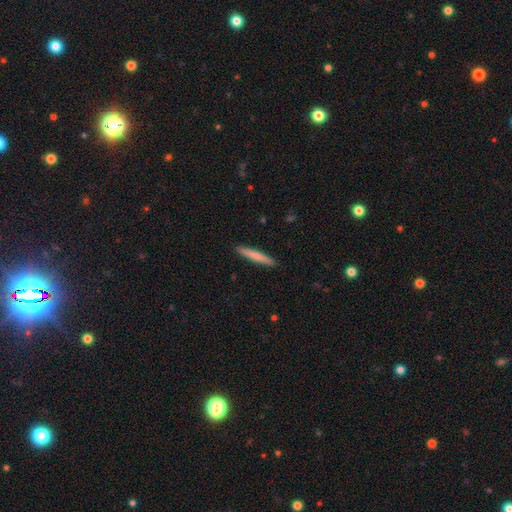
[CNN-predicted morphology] This is likely a smooth galaxy (75%). How rounded: clearly cigar-shaped (95%). Merging: clearly none (92%).